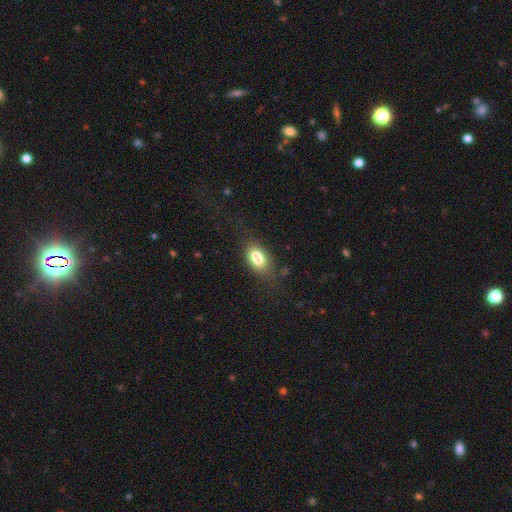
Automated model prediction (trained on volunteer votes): Morphology: type=smooth (74%); roundness=in between (83%); merging=none (47%).